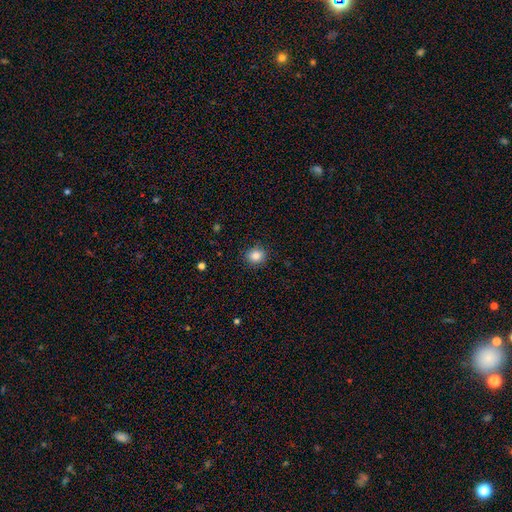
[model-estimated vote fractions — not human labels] Smooth or featured?
  - smooth: 85% *
  - star or artifact: 10%
  - featured or disk: 5%
How rounded?
  - round: 80% *
  - in between: 19%
  - cigar-shaped: 1%
Merging?
  - none: 89% *
  - minor disturbance: 8%
  - major disturbance: 2%
  - merger: 1%